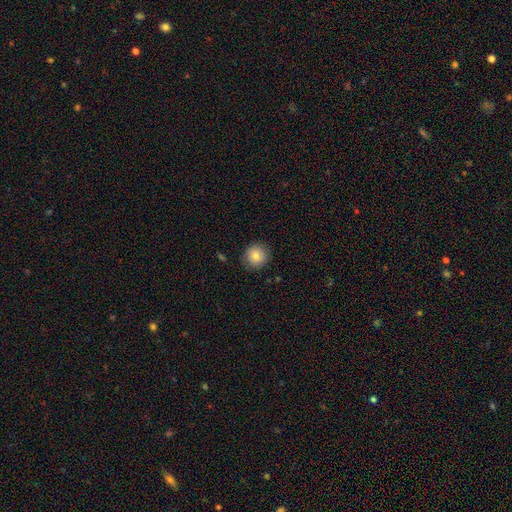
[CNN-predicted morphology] Smooth or featured? smooth (80%)
How rounded? round (91%)
Merging? none (86%)